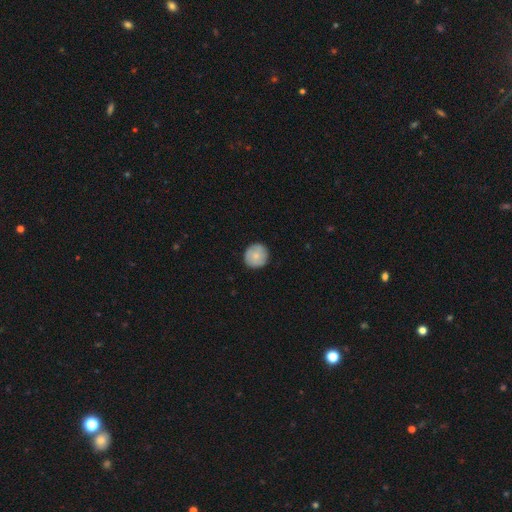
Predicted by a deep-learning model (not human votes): Smooth or featured?
  - smooth: 75% *
  - featured or disk: 18%
  - star or artifact: 6%
How rounded?
  - round: 94% *
  - in between: 5%
  - cigar-shaped: 1%
Merging?
  - none: 88% *
  - minor disturbance: 9%
  - major disturbance: 2%
  - merger: 1%